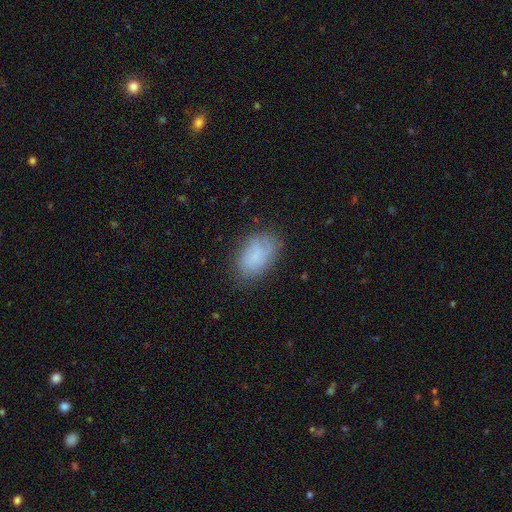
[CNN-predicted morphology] Overall: smooth (75%). How rounded: in between (89%). Merging: none (72%).